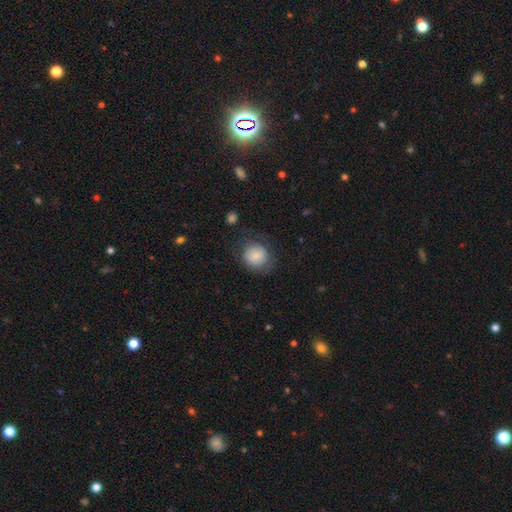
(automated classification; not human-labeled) Morphology: type=smooth (83%); roundness=round (80%); merging=none (68%).